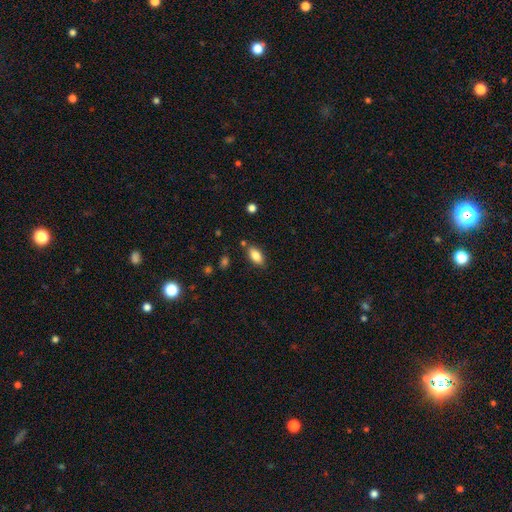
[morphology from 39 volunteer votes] Smooth or featured?
  - smooth: 95% *
  - featured or disk: 3%
  - star or artifact: 3%
How rounded?
  - in between: 84% *
  - cigar-shaped: 16%
  - round: 0%
Merging?
  - none: 82% *
  - minor disturbance: 8%
  - major disturbance: 5%
  - merger: 5%